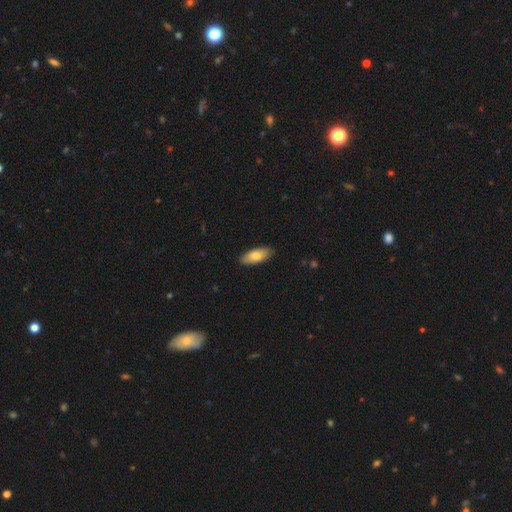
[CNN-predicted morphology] type=smooth (80%); roundness=in between (81%); merging=none (89%).